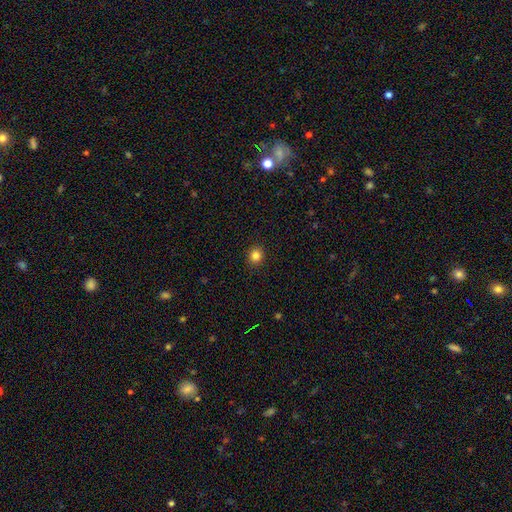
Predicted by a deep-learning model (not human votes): smooth 83%, star or artifact 12%, featured or disk 5%. Down the decision tree: how rounded — round (86%); merging — none (92%).